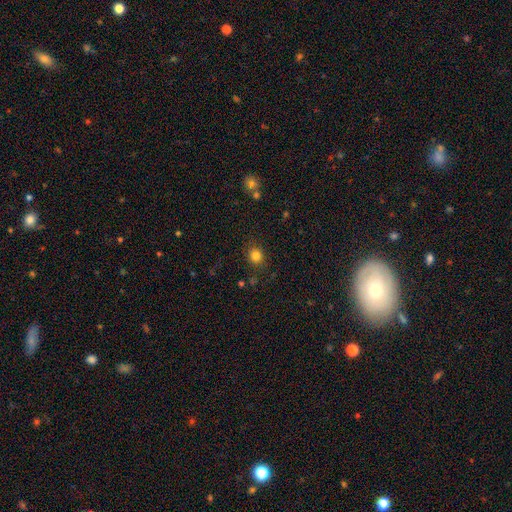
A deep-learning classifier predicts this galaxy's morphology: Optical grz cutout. It shows a smooth galaxy with no disk features (82%) that is round (82%). Merging: none (86%).